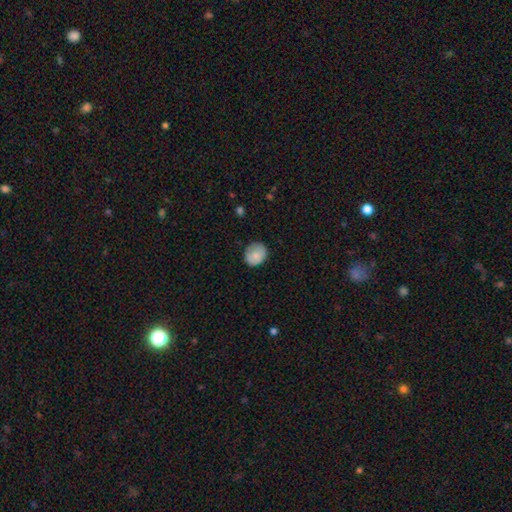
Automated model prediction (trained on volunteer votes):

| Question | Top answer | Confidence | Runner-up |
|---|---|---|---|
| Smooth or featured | smooth | 83% | featured or disk (10%) |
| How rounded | round | 70% | in between (29%) |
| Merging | none | 78% | minor disturbance (17%) |